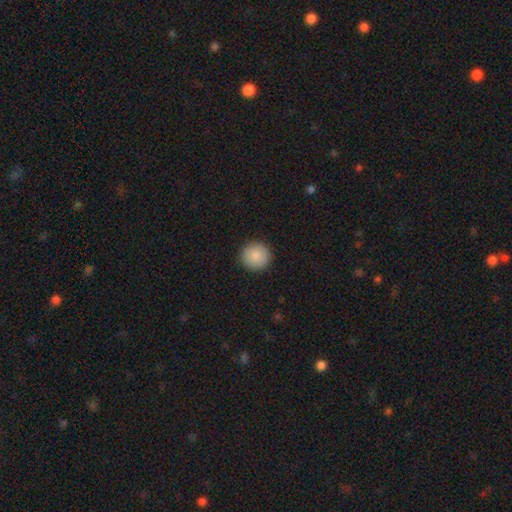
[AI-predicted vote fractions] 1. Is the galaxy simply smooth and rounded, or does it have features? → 86% smooth, 7% star or artifact, 6% featured or disk.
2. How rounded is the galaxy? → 95% round, 4% in between, 1% cigar-shaped.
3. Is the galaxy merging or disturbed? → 92% none, 6% minor disturbance, 2% major disturbance, 1% merger.